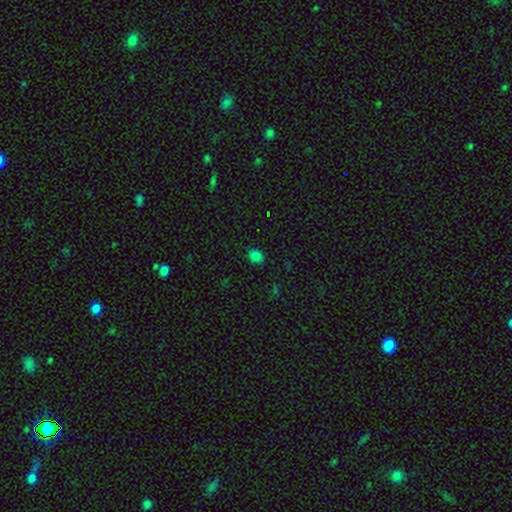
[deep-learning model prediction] A smooth galaxy with no disk features (80%) that is in between round and cigar-shaped (50%). Merging: none (86%).